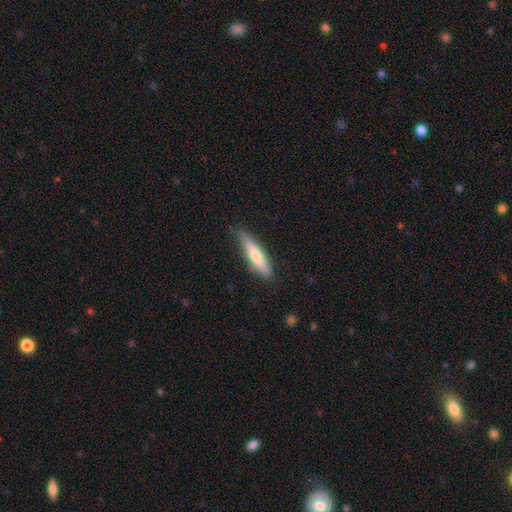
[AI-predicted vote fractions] smooth 64%, featured or disk 31%, star or artifact 6%. Down the decision tree: how rounded — cigar-shaped (79%); merging — none (81%).